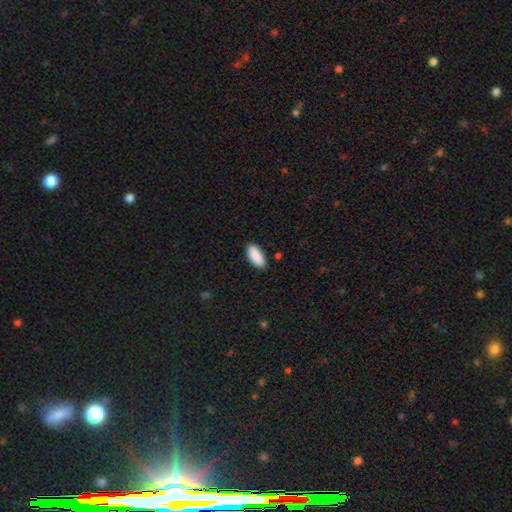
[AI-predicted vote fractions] Smooth or featured: smooth — 90% (star or artifact — 6%)
How rounded: in between — 85% (cigar-shaped — 13%)
Merging: none — 87% (minor disturbance — 9%)